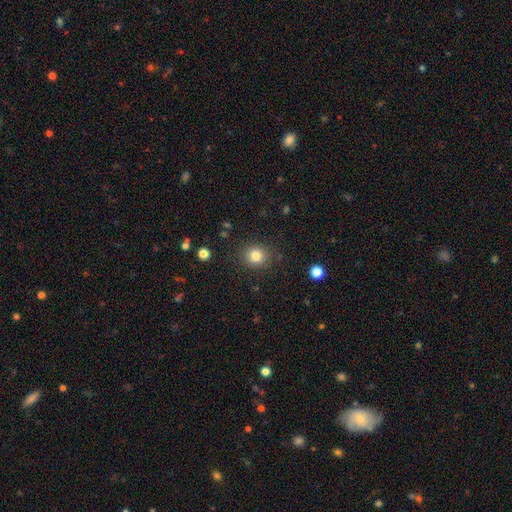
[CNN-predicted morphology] smooth_or_featured: smooth (p=0.81) [alt: star or artifact p=0.12]
how_rounded: round (p=0.81) [alt: in between p=0.18]
merging: none (p=0.86) [alt: minor disturbance p=0.09]